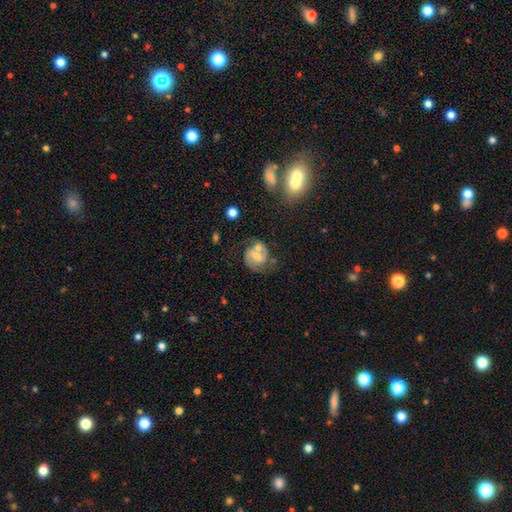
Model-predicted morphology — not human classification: Smooth or featured? Predicted: featured or disk (p=0.73). Edge-on disk? Predicted: no (p=0.97). Bar? Predicted: weak (p=0.47). Spiral arms? Predicted: yes (p=0.90). Spiral winding? Predicted: medium (p=0.53). Spiral arm count? Predicted: 2 (p=0.86). Bulge size? Predicted: moderate (p=0.54). Merging? Predicted: none (p=0.50).